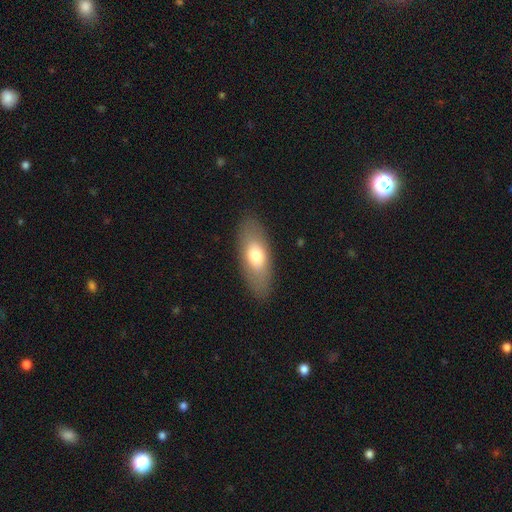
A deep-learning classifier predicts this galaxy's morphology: Q: Smooth or featured?
A: smooth (70%); runner-up: featured or disk (24%)
Q: How rounded?
A: in between (79%); runner-up: cigar-shaped (18%)
Q: Merging?
A: none (86%); runner-up: minor disturbance (10%)